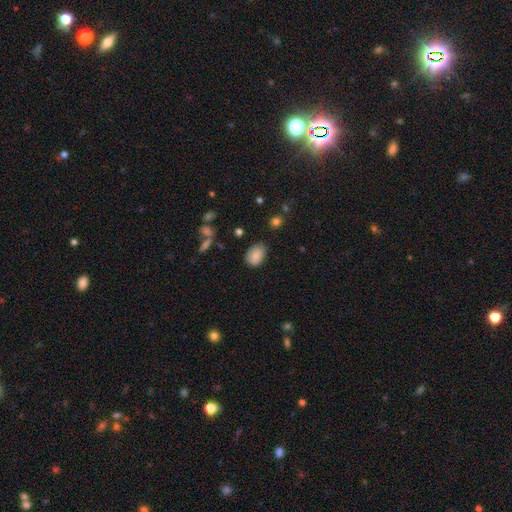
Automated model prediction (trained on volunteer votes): This appears to be a smooth galaxy with no disk features (85%) that is in between round and cigar-shaped (81%). Merging: none (72%).